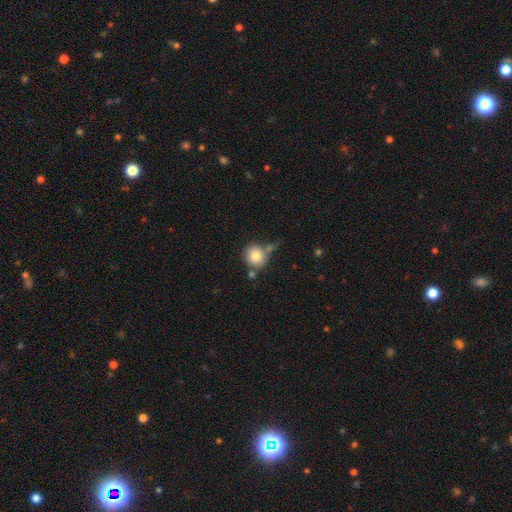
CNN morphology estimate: Smooth or featured? smooth (80%)
How rounded? round (91%)
Merging? none (60%)